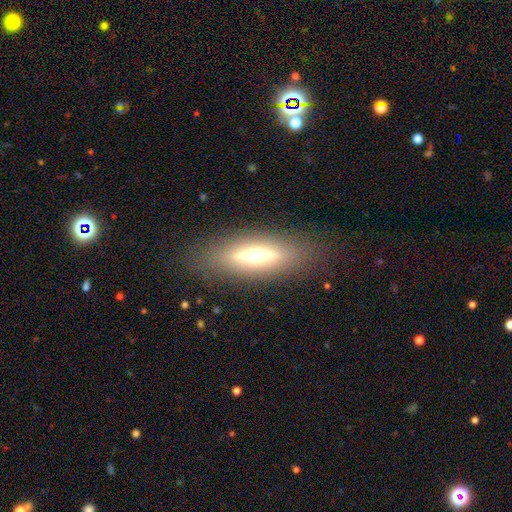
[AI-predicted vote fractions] A featured or disk galaxy (58%) viewed edge-on (85%).

Vote fractions:
- Smooth or featured? featured or disk: 58% / smooth: 33% / star or artifact: 9%
- Edge-on disk? yes: 85% / no: 15%
- Merging? none: 82% / minor disturbance: 11% / major disturbance: 6% / merger: 1%